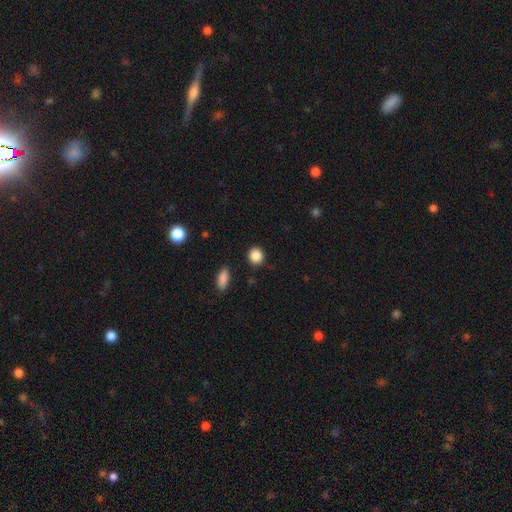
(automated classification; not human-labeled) A smooth galaxy with no disk features (87%) that is round (85%).

Vote fractions:
- Smooth or featured? smooth: 87% / star or artifact: 9% / featured or disk: 3%
- How rounded? round: 85% / in between: 13% / cigar-shaped: 1%
- Merging? none: 89% / minor disturbance: 7% / major disturbance: 2% / merger: 2%